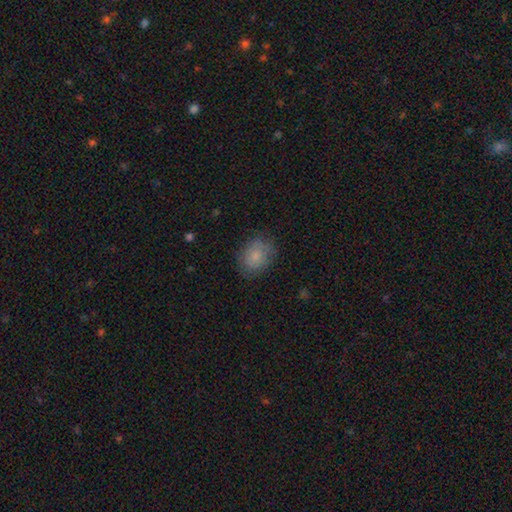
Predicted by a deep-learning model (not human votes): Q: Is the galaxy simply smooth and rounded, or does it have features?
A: smooth — 83%.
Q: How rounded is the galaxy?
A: in between — 59%.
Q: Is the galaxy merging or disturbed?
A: none — 78%.